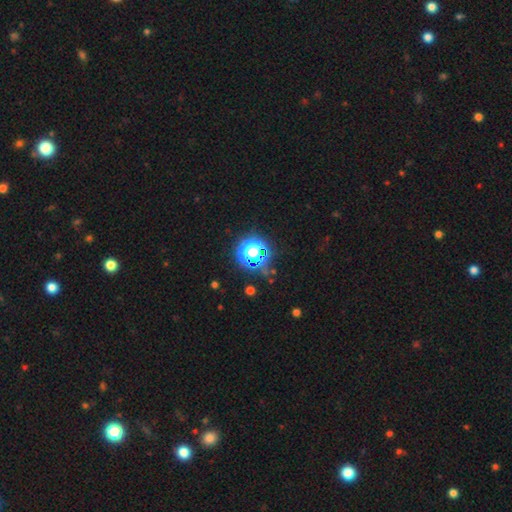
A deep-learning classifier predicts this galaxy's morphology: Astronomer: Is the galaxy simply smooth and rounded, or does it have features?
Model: star or artifact — 63%.